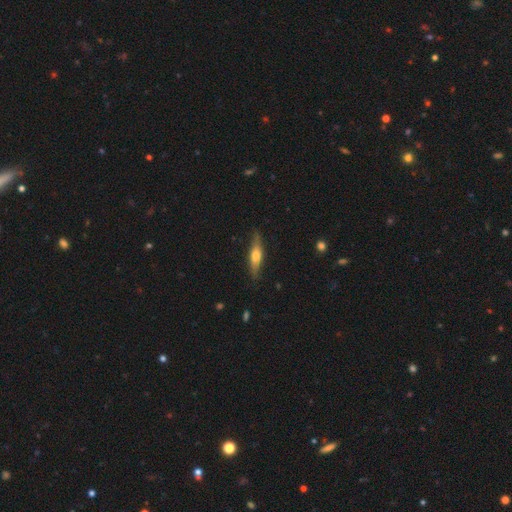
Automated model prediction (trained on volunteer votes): Smooth or featured?
  - featured or disk: 50% *
  - smooth: 44%
  - star or artifact: 6%
Merging?
  - none: 84% *
  - minor disturbance: 12%
  - major disturbance: 2%
  - merger: 1%